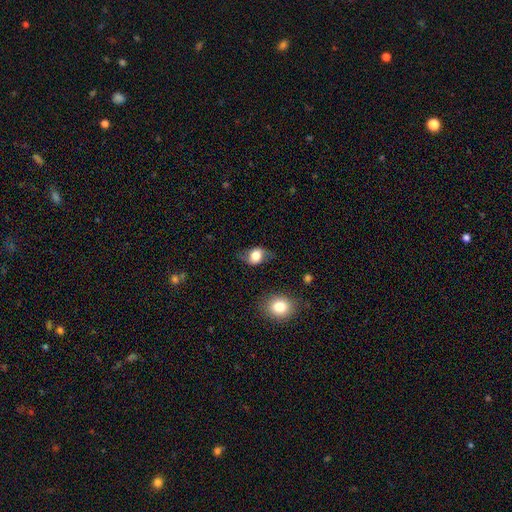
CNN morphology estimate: A smooth galaxy with no disk features (59%) that is in between round and cigar-shaped (61%). Merging: none (65%).